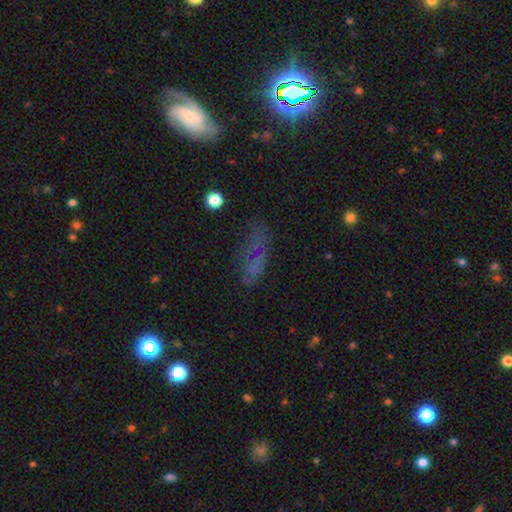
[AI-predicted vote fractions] This appears to be a smooth galaxy with no disk features (46%). Merging: none (49%).